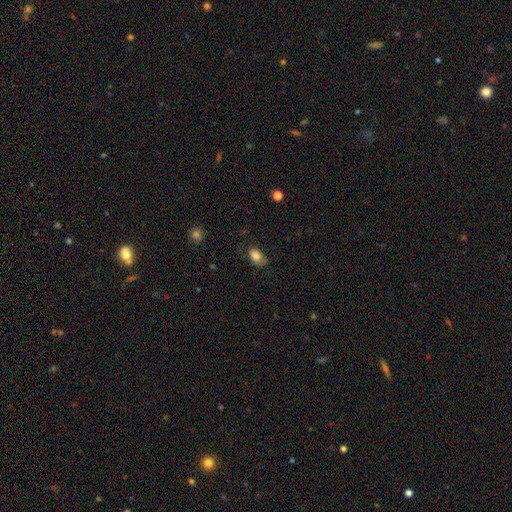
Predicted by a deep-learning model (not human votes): smooth_or_featured: smooth (p=0.83) [alt: star or artifact p=0.09]
how_rounded: in between (p=0.86) [alt: round p=0.13]
merging: none (p=0.65) [alt: minor disturbance p=0.26]